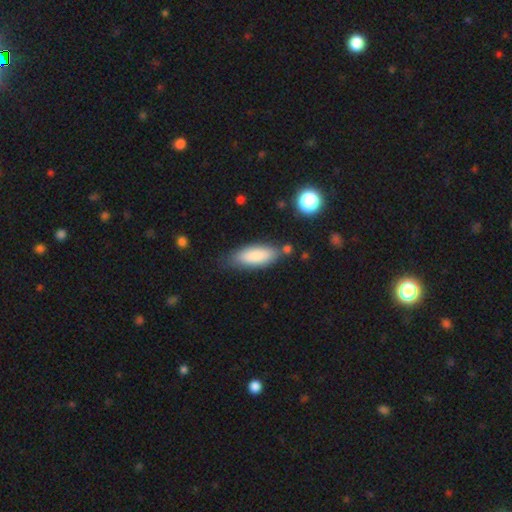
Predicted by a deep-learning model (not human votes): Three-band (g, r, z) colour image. It shows a smooth galaxy with no disk features (85%) that is in between round and cigar-shaped (73%). Merging: none (72%).